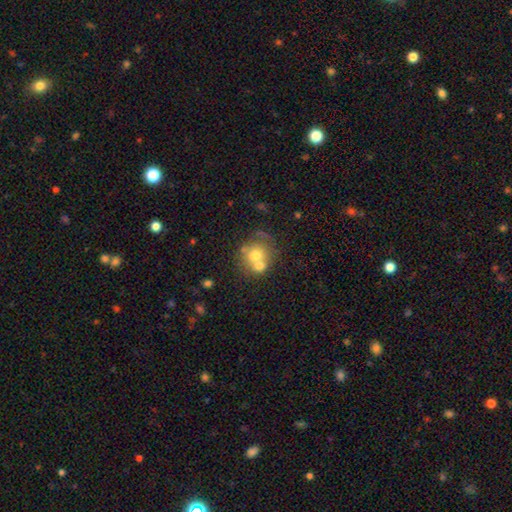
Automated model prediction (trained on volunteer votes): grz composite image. It shows a smooth galaxy with no disk features (65%) that is round (79%). Merging: merger (50%).